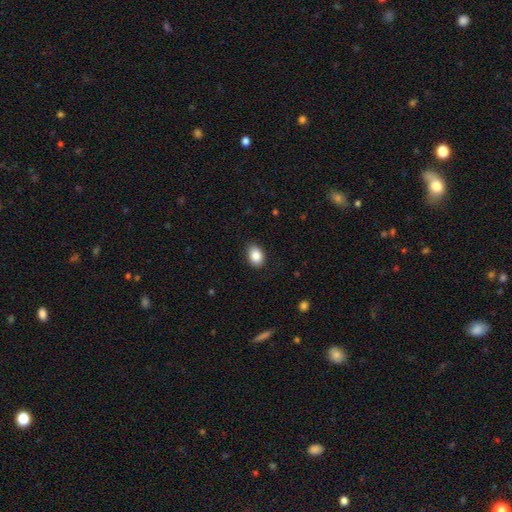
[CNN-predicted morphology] smooth_or_featured: smooth (p=0.86) [alt: star or artifact p=0.08]
how_rounded: in between (p=0.79) [alt: round p=0.20]
merging: none (p=0.87) [alt: minor disturbance p=0.10]